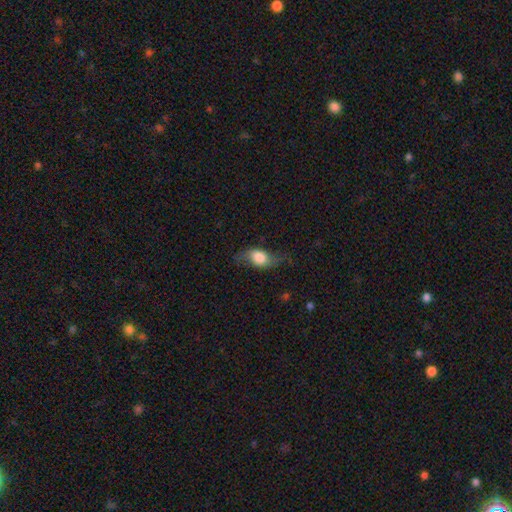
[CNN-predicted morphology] smooth_or_featured: smooth (p=0.57) [alt: featured or disk p=0.33]
how_rounded: in between (p=0.73) [alt: round p=0.18]
merging: none (p=0.64) [alt: minor disturbance p=0.24]